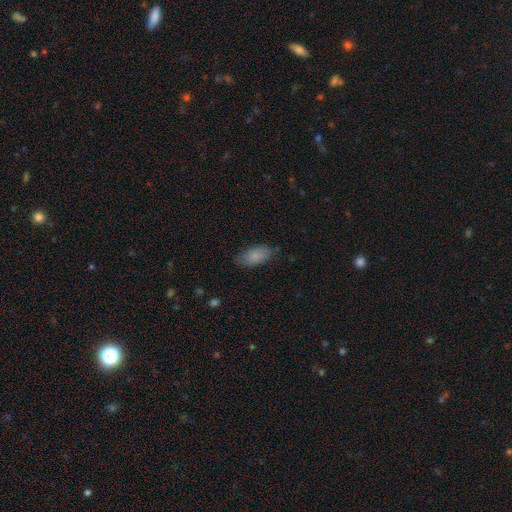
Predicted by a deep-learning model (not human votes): Smooth or featured? Predicted: smooth (p=0.83). How rounded? Predicted: in between (p=0.90). Merging? Predicted: none (p=0.76).